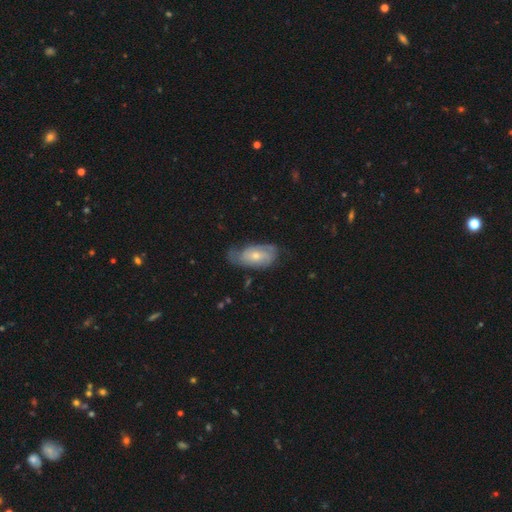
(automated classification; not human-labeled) Smooth or featured: featured or disk — 57% (smooth — 37%)
Edge-on disk: no — 93% (yes — 7%)
Bar: no — 70% (weak — 25%)
Spiral arms: yes — 80% (no — 20%)
Bulge size: small — 49% (moderate — 46%)
Merging: none — 52% (minor disturbance — 33%)